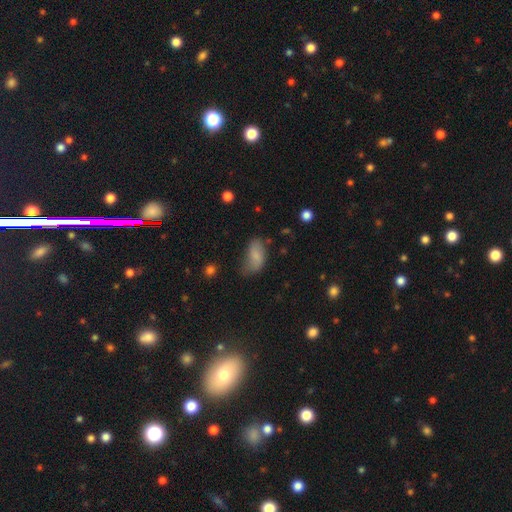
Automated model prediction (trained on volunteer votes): Smooth or featured?
  - smooth: 78% *
  - featured or disk: 13%
  - star or artifact: 9%
How rounded?
  - in between: 92% *
  - cigar-shaped: 4%
  - round: 4%
Merging?
  - none: 44% *
  - minor disturbance: 36%
  - major disturbance: 17%
  - merger: 3%